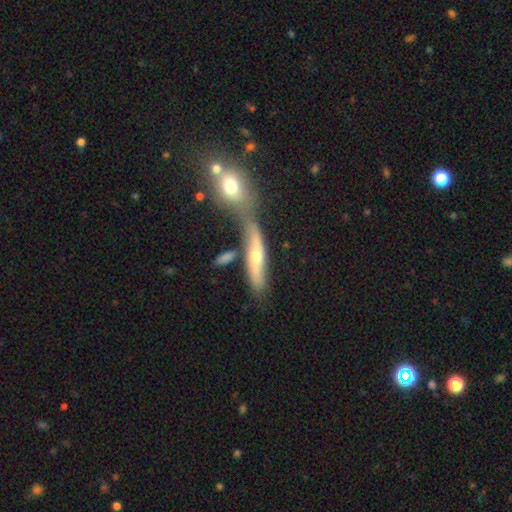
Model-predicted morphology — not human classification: Q: Smooth or featured?
A: featured or disk (49%); runner-up: smooth (42%)
Q: Merging?
A: none (45%); runner-up: merger (36%)